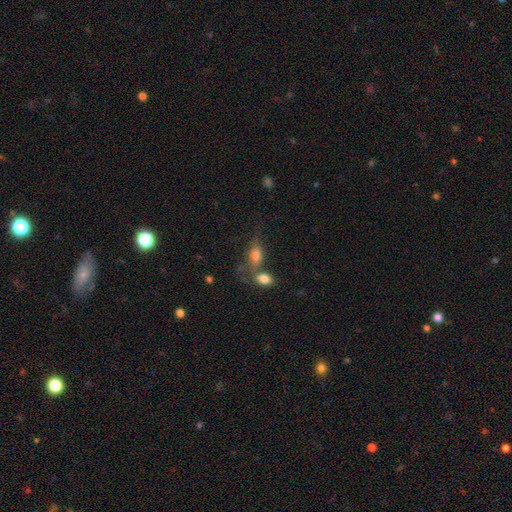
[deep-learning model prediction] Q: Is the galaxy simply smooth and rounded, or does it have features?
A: smooth — 63%.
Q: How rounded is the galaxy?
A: in between — 72%.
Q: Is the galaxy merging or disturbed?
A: none — 46%.